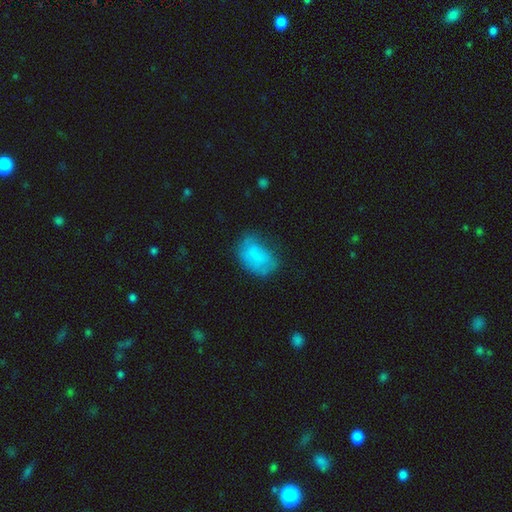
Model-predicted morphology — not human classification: This appears to be a smooth galaxy with no disk features (74%) that is in between round and cigar-shaped (81%). Merging: none (48%).